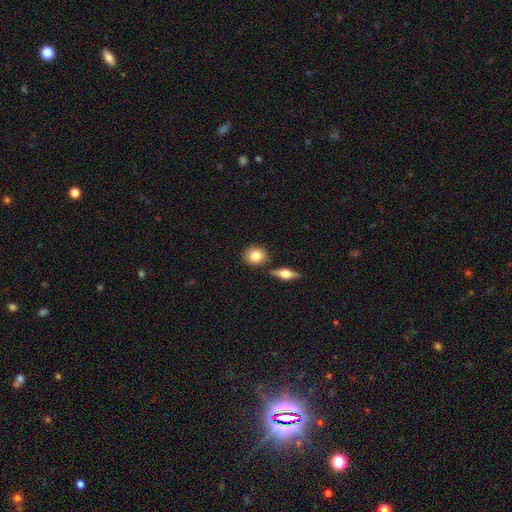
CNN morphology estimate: This appears to be a smooth galaxy with no disk features (82%) that is round (75%). Merging: none (77%).